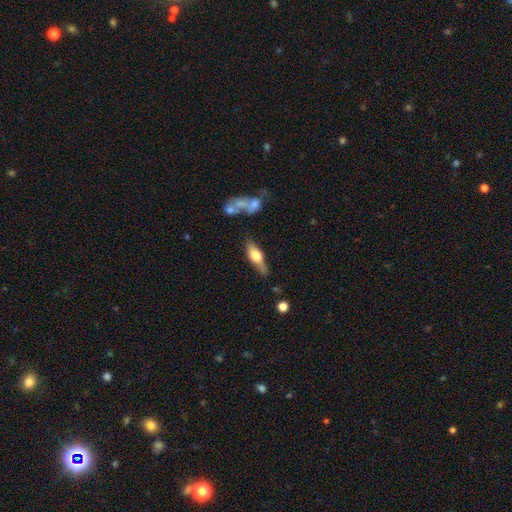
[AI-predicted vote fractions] Morphology: type=smooth (50%); roundness=cigar-shaped (51%); merging=none (71%).